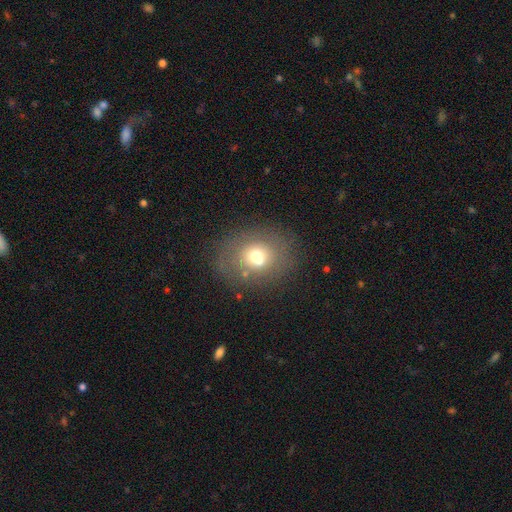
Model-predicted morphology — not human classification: Q: Smooth or featured?
A: smooth (63%); runner-up: featured or disk (24%)
Q: How rounded?
A: round (55%); runner-up: in between (44%)
Q: Merging?
A: none (69%); runner-up: minor disturbance (14%)